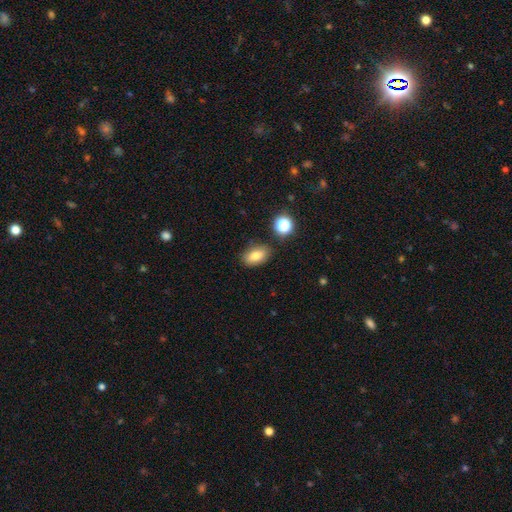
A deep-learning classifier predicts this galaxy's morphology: smooth-or-featured: smooth: 79% | featured or disk: 11% | star or artifact: 10%
  how-rounded: in between: 88% | round: 9% | cigar-shaped: 3%
  merging: none: 81% | minor disturbance: 12% | merger: 4% | major disturbance: 3%